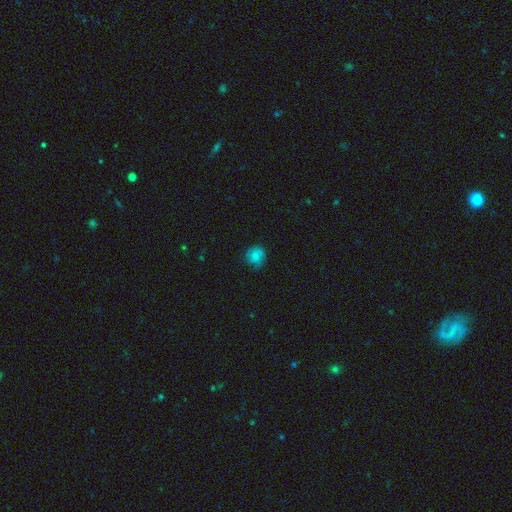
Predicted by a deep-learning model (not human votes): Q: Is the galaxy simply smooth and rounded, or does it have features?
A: smooth — 67%.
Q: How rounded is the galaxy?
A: round — 80%.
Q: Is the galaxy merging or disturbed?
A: none — 71%.